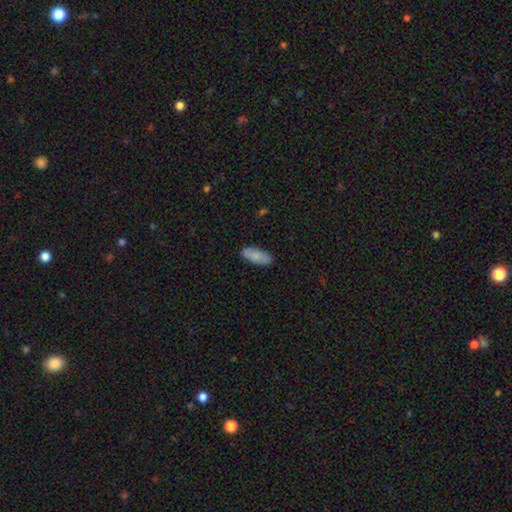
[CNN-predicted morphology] The model was most divided on "how rounded": in between: 82%, cigar-shaped: 16%, round: 2%. More confident: merging — none (87%); smooth or featured — smooth (83%).